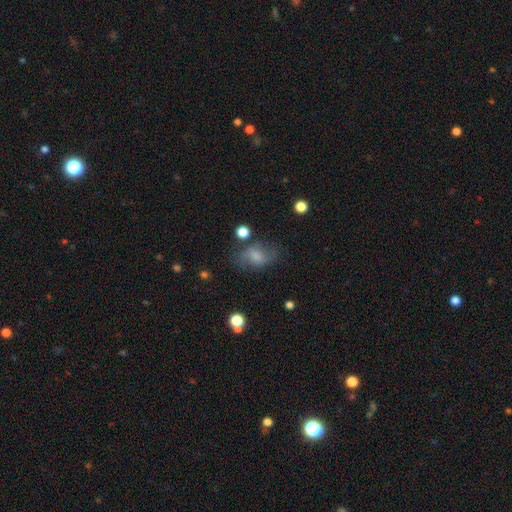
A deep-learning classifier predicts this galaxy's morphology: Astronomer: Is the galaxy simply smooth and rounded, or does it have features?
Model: smooth — 59%.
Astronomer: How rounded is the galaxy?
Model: in between — 74%.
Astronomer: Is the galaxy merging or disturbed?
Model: none — 59%.